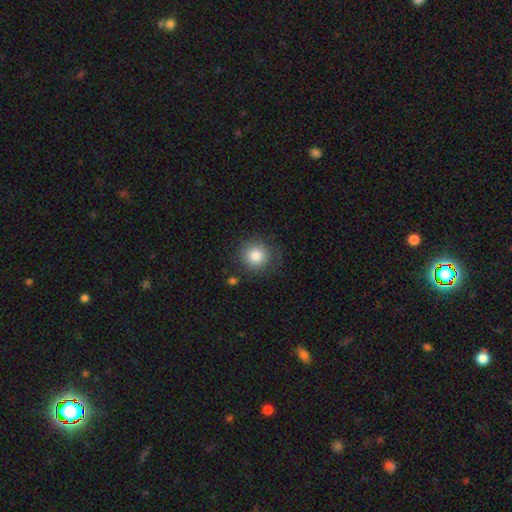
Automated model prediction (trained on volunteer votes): Smooth or featured?
  - smooth: 83% *
  - star or artifact: 9%
  - featured or disk: 8%
How rounded?
  - round: 91% *
  - in between: 8%
  - cigar-shaped: 1%
Merging?
  - none: 79% *
  - minor disturbance: 14%
  - major disturbance: 5%
  - merger: 2%